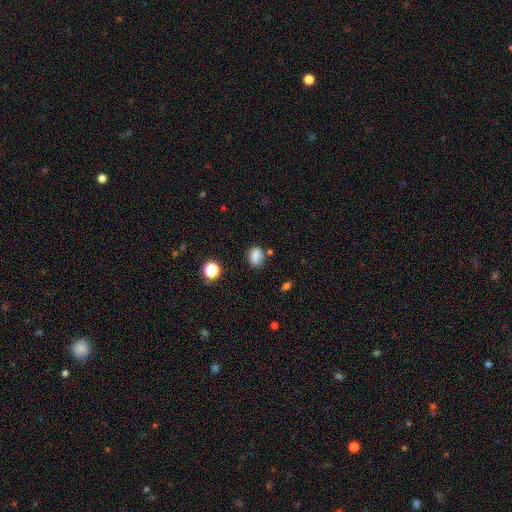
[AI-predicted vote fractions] The model was most divided on "how rounded": in between: 58%, round: 41%, cigar-shaped: 1%. More confident: smooth or featured — smooth (80%); merging — none (71%).